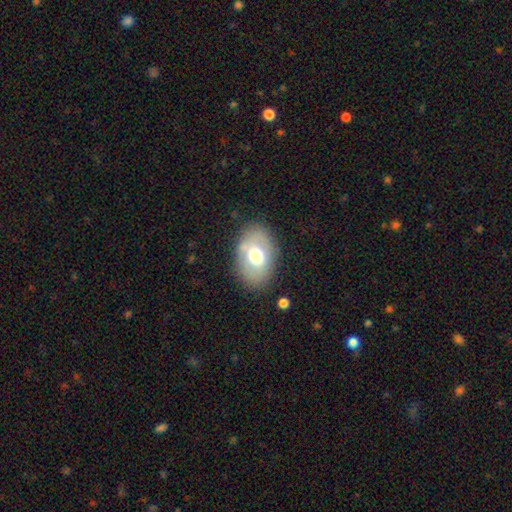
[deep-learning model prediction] smooth-or-featured: smooth: 62% | featured or disk: 29% | star or artifact: 9%
  how-rounded: in between: 82% | round: 16% | cigar-shaped: 1%
  merging: none: 79% | minor disturbance: 14% | major disturbance: 5% | merger: 2%